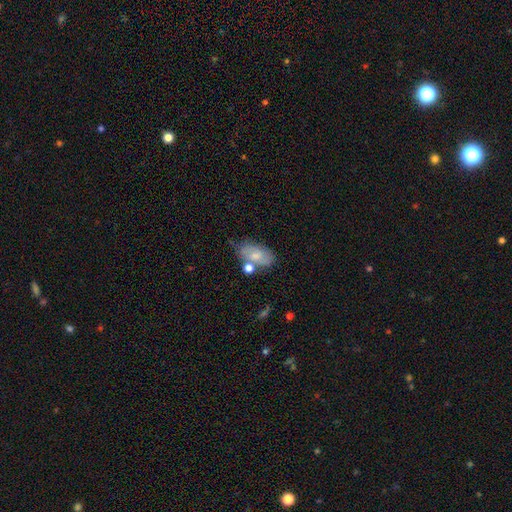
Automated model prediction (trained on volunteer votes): This is likely a smooth galaxy (65%). How rounded: clearly in between (90%). Merging: possibly none (52%).